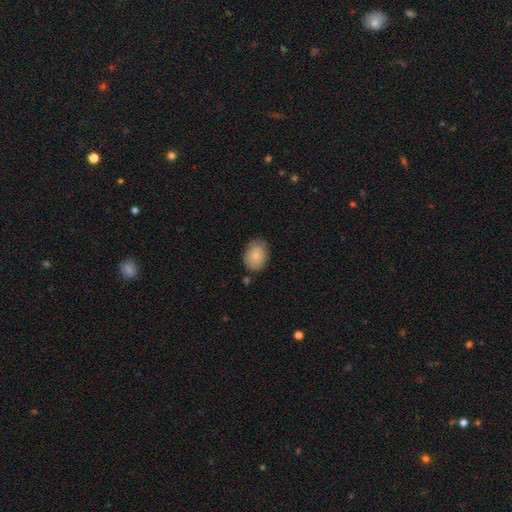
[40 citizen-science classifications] Smooth or featured? smooth (88%)
How rounded? in between (51%)
Merging? none (86%)